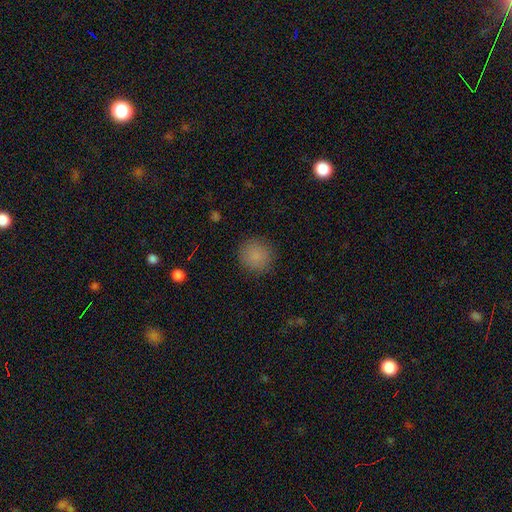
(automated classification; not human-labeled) Smooth or featured? smooth (86%)
How rounded? round (91%)
Merging? none (89%)